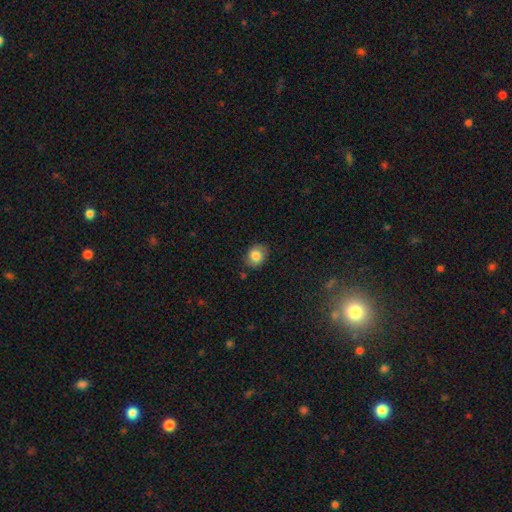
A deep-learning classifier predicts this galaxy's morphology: This is clearly a smooth galaxy (81%). How rounded: possibly in between (53%). Merging: clearly none (81%).